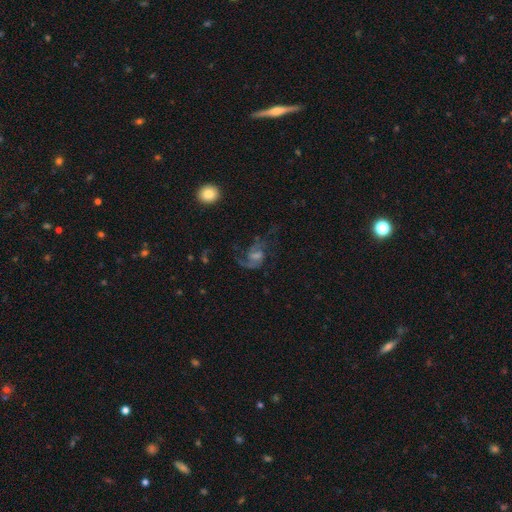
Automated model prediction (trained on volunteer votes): Morphology: type=featured or disk (77%); edge-on=no (97%); bar=no (46%); spiral arms=yes (92%); winding=medium (45%); arm count=2 (67%); bulge=small (39%); merging=none (51%).